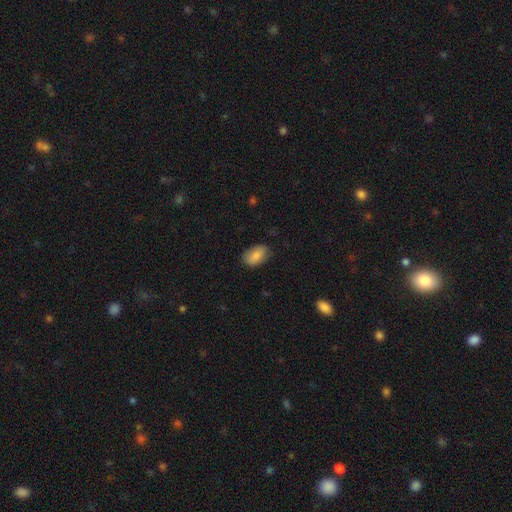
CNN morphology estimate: smooth_or_featured: smooth (p=0.86) [alt: featured or disk p=0.07]
how_rounded: in between (p=0.90) [alt: round p=0.08]
merging: none (p=0.78) [alt: minor disturbance p=0.18]